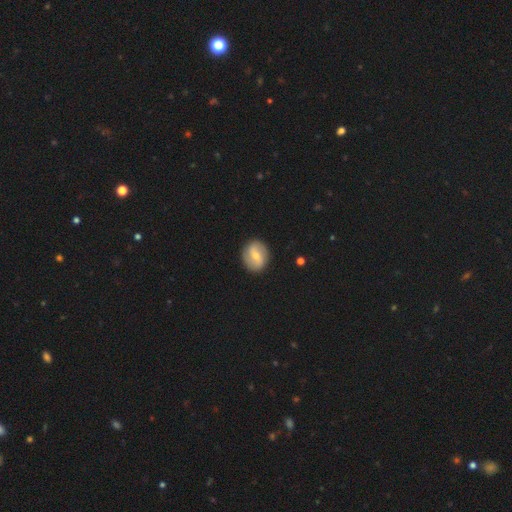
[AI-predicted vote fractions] A featured or disk galaxy (51%). Merging: none (88%).